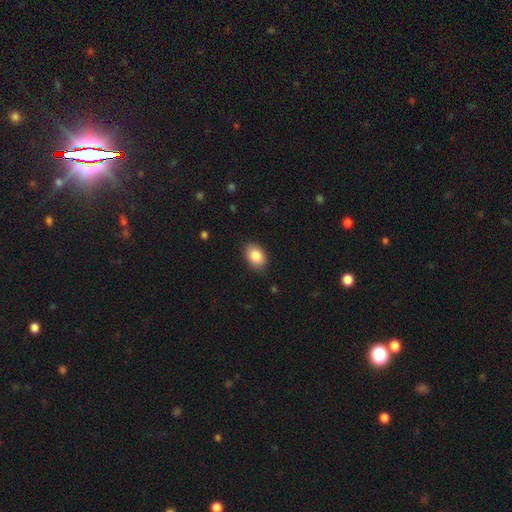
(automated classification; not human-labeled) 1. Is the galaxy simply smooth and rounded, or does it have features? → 86% smooth, 7% star or artifact, 6% featured or disk.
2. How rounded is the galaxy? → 83% in between, 16% round, 1% cigar-shaped.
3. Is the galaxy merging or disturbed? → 85% none, 12% minor disturbance, 2% major disturbance, 1% merger.